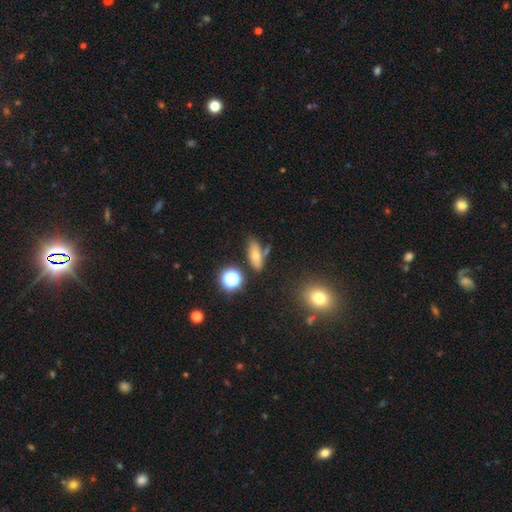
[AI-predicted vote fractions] smooth 66%, featured or disk 18%, star or artifact 16%. Down the decision tree: how rounded — in between (69%); merging — none (70%).